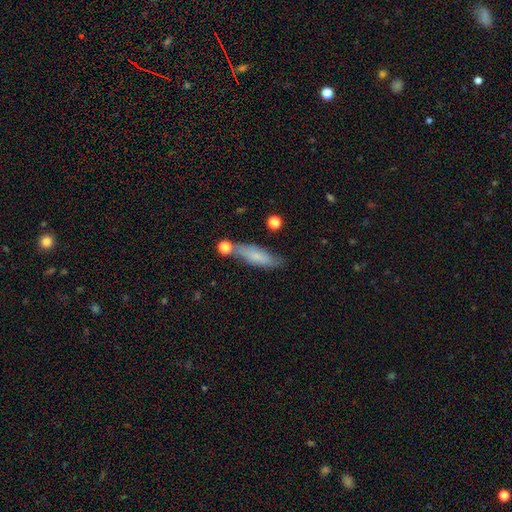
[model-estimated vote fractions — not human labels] Smooth or featured?
  - smooth: 71% *
  - featured or disk: 21%
  - star or artifact: 8%
How rounded?
  - cigar-shaped: 57% *
  - in between: 41%
  - round: 3%
Merging?
  - none: 67% *
  - minor disturbance: 20%
  - merger: 8%
  - major disturbance: 5%